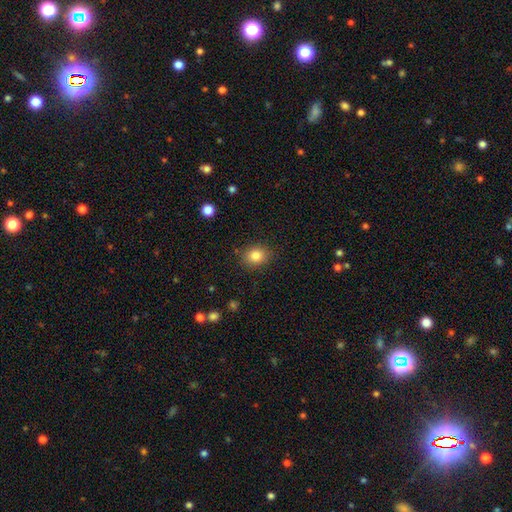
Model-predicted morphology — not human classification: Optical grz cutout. It shows a smooth galaxy with no disk features (83%) that is round (53%). Merging: none (86%).